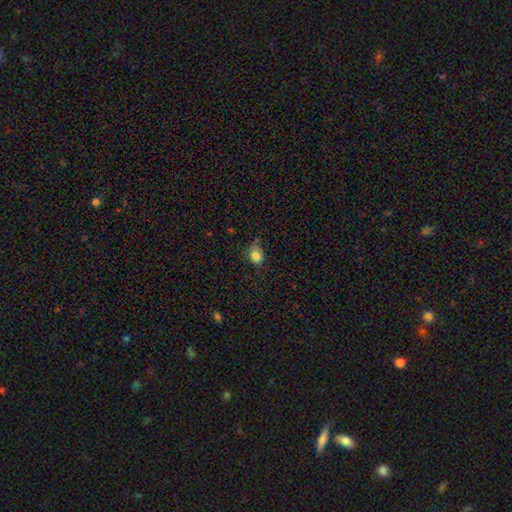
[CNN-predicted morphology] The model was most divided on "how rounded": round: 61%, in between: 38%, cigar-shaped: 1%. More confident: smooth or featured — smooth (82%); merging — none (66%).